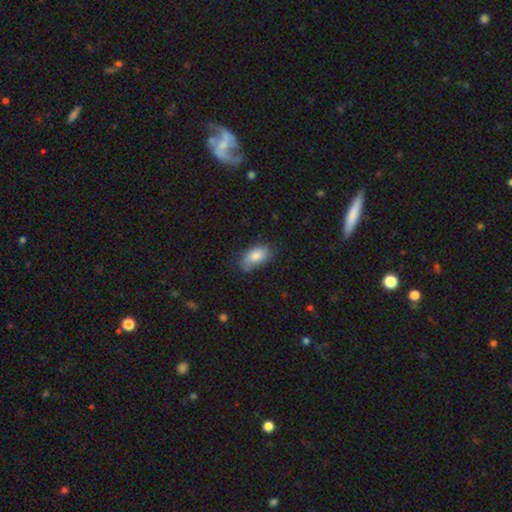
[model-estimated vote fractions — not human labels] A smooth galaxy with no disk features (81%) that is in between round and cigar-shaped (92%).

Vote fractions:
- Smooth or featured? smooth: 81% / featured or disk: 12% / star or artifact: 7%
- How rounded? in between: 92% / round: 5% / cigar-shaped: 3%
- Merging? none: 65% / minor disturbance: 27% / major disturbance: 6% / merger: 2%